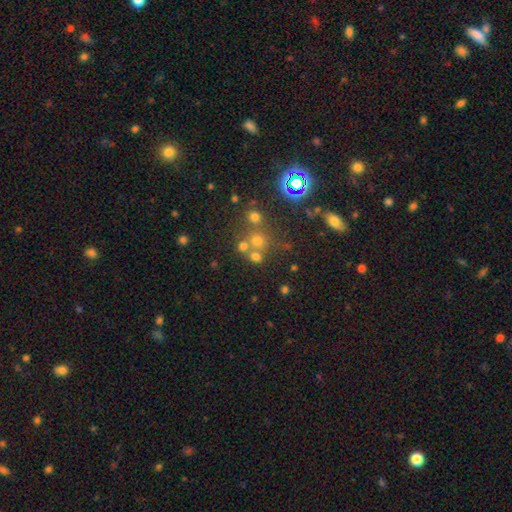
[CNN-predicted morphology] Overall: smooth (49%; star or artifact 36%). Merging: none (55%; merger 31%).